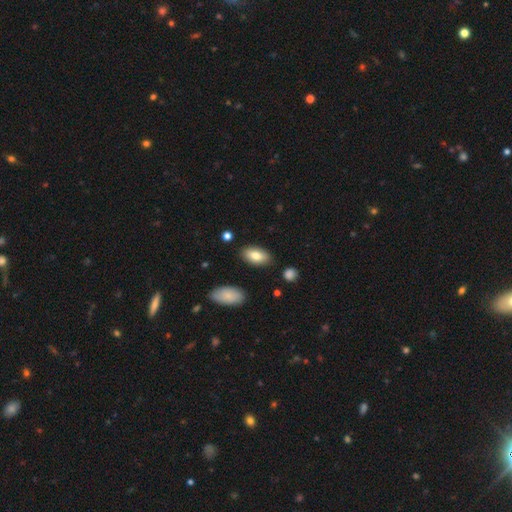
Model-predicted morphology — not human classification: Q: Smooth or featured?
A: smooth (80%); runner-up: featured or disk (13%)
Q: How rounded?
A: in between (93%); runner-up: cigar-shaped (4%)
Q: Merging?
A: none (86%); runner-up: minor disturbance (10%)